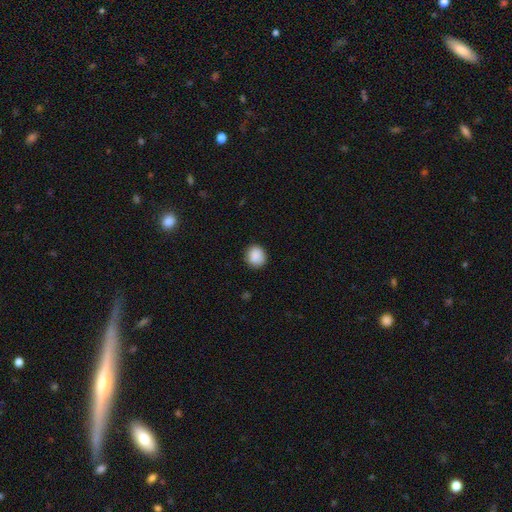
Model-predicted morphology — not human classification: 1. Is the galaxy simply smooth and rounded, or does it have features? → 89% smooth, 8% star or artifact, 3% featured or disk.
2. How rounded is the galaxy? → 79% round, 20% in between, 1% cigar-shaped.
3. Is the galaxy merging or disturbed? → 84% none, 12% minor disturbance, 3% major disturbance, 1% merger.